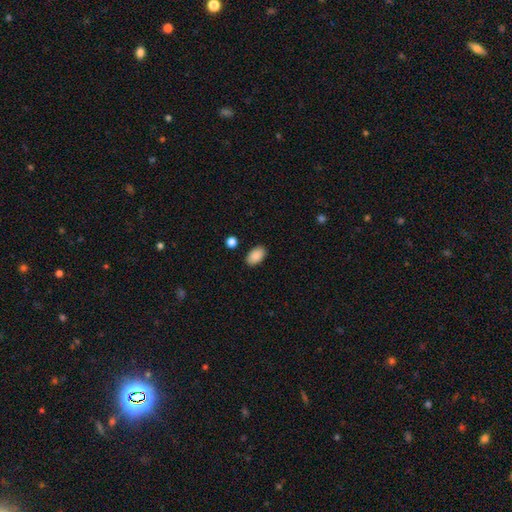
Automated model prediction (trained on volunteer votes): Smooth or featured? smooth (89%)
How rounded? in between (92%)
Merging? none (87%)